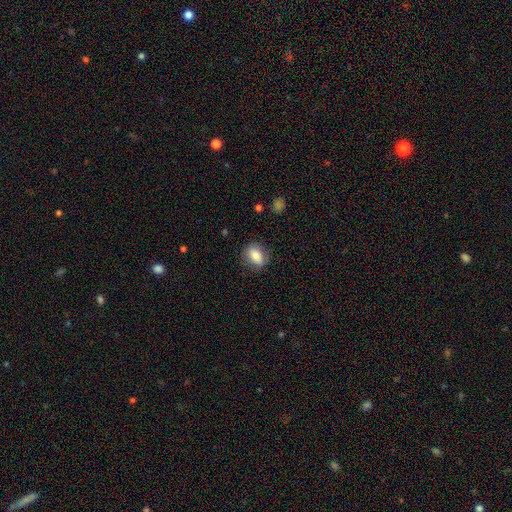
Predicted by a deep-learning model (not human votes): Smooth or featured? smooth (80%)
How rounded? in between (69%)
Merging? none (80%)